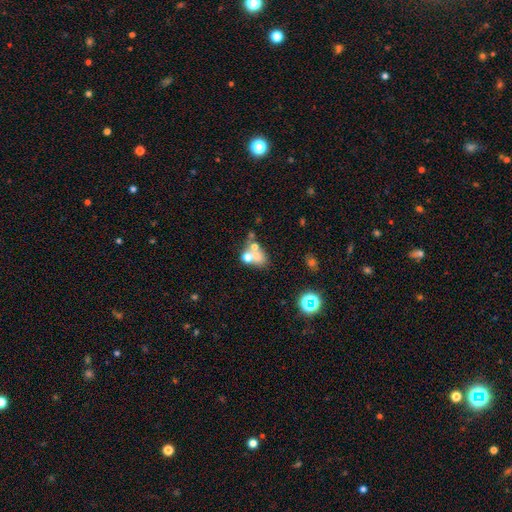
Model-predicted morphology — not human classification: smooth 54%, featured or disk 29%, star or artifact 18%. Down the decision tree: how rounded — round (50%); merging — merger (52%).